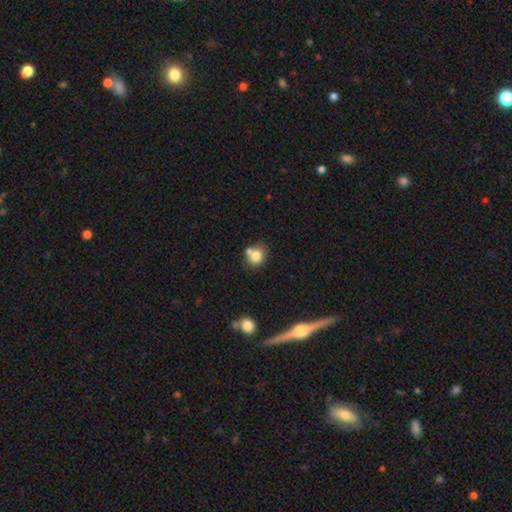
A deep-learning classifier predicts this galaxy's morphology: Q: Smooth or featured?
A: smooth (79%); runner-up: featured or disk (11%)
Q: How rounded?
A: round (74%); runner-up: in between (25%)
Q: Merging?
A: none (55%); runner-up: merger (30%)